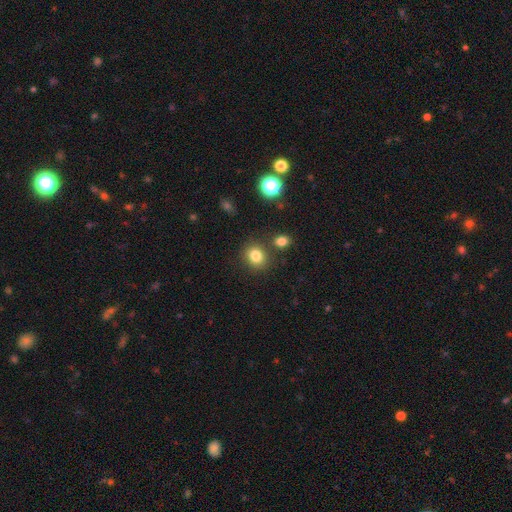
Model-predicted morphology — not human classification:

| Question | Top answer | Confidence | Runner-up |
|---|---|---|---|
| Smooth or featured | smooth | 82% | star or artifact (12%) |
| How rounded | round | 74% | in between (25%) |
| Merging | none | 79% | minor disturbance (9%) |